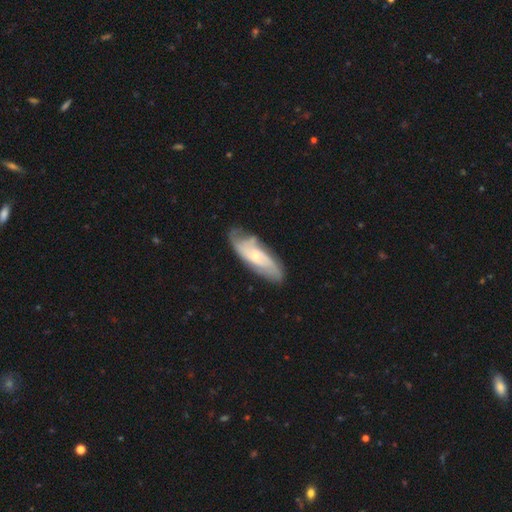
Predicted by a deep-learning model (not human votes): Morphology: type=featured or disk (72%); edge-on=no (85%); bar=no (65%); spiral arms=yes (90%); winding=tight (41%, tied with medium); arm count=2 (39%); bulge=small (66%); merging=none (70%).